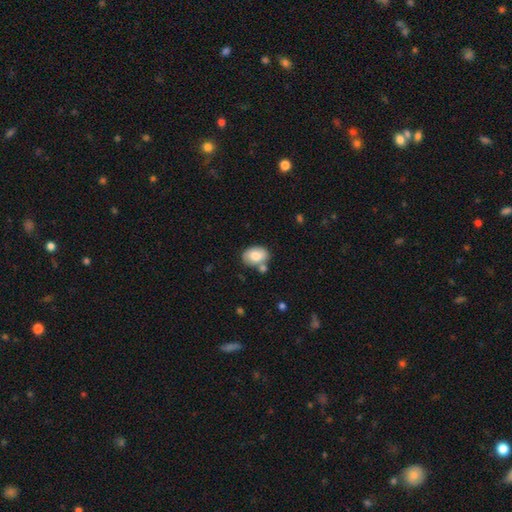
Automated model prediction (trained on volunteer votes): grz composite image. It shows a smooth galaxy with no disk features (78%) that is in between round and cigar-shaped (78%). Merging: none (64%).